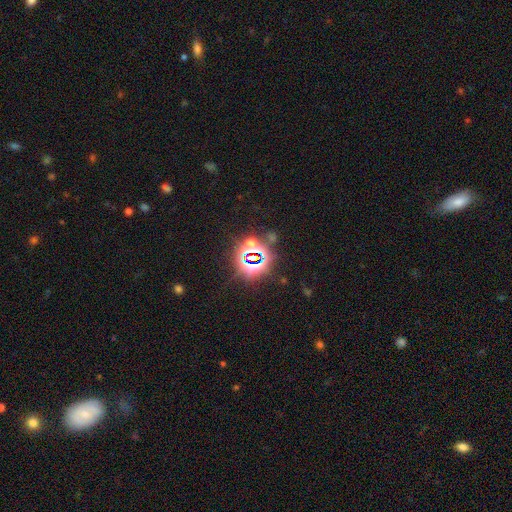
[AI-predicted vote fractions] Smooth or featured: star or artifact — 79% (smooth — 13%)